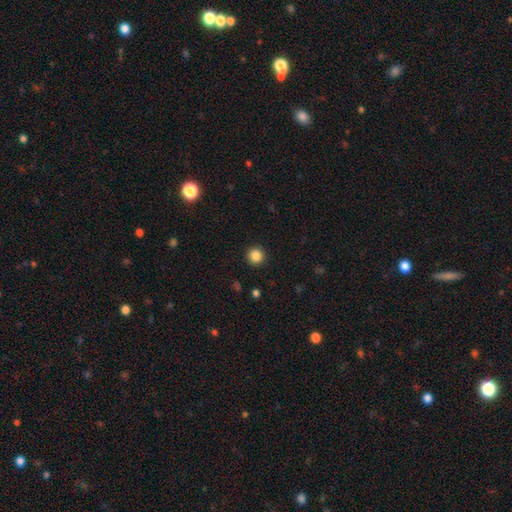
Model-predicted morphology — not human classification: Smooth or featured? Predicted: smooth (p=0.85). How rounded? Predicted: round (p=0.95). Merging? Predicted: none (p=0.93).